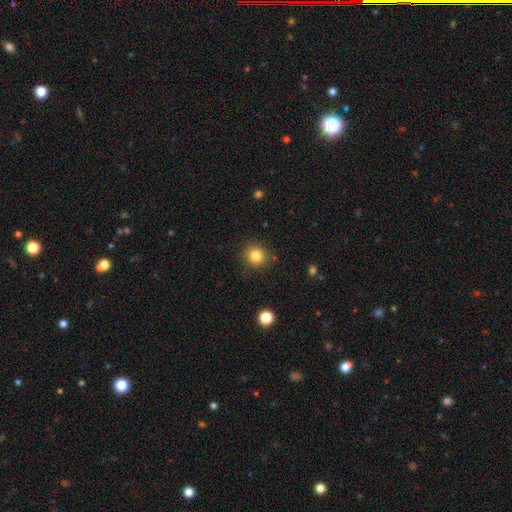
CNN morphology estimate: The model was most divided on "smooth or featured": smooth: 83%, star or artifact: 11%, featured or disk: 6%. More confident: how rounded — round (91%); merging — none (88%).